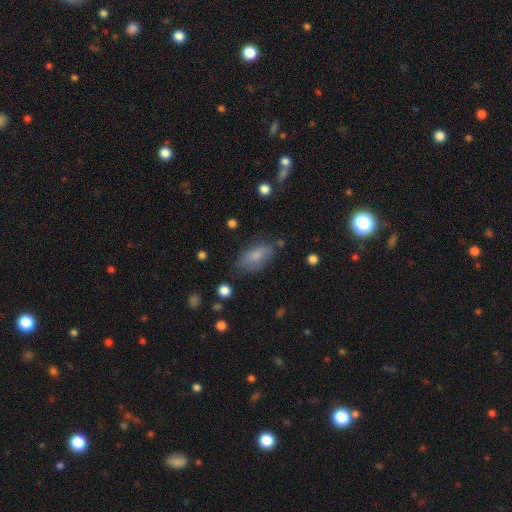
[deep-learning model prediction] A smooth galaxy with no disk features (77%) that is in between round and cigar-shaped (87%).

Vote fractions:
- Smooth or featured? smooth: 77% / featured or disk: 15% / star or artifact: 8%
- How rounded? in between: 87% / cigar-shaped: 9% / round: 4%
- Merging? none: 71% / minor disturbance: 21% / major disturbance: 6% / merger: 3%